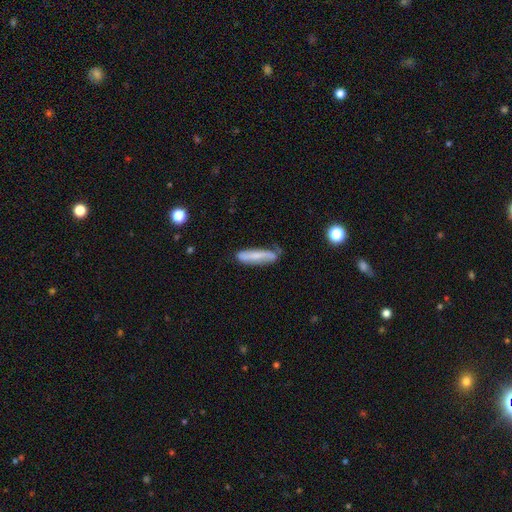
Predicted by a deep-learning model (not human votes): smooth-or-featured: smooth: 52% | featured or disk: 41% | star or artifact: 7%
  how-rounded: cigar-shaped: 79% | in between: 19% | round: 2%
  merging: none: 62% | minor disturbance: 27% | major disturbance: 7% | merger: 4%